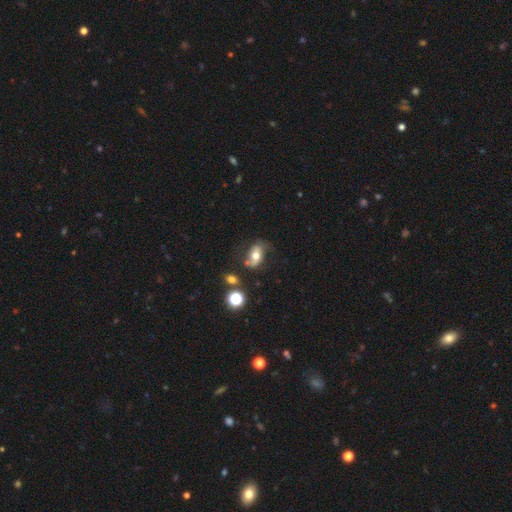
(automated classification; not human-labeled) A featured or disk galaxy (49%). Merging: none (58%).